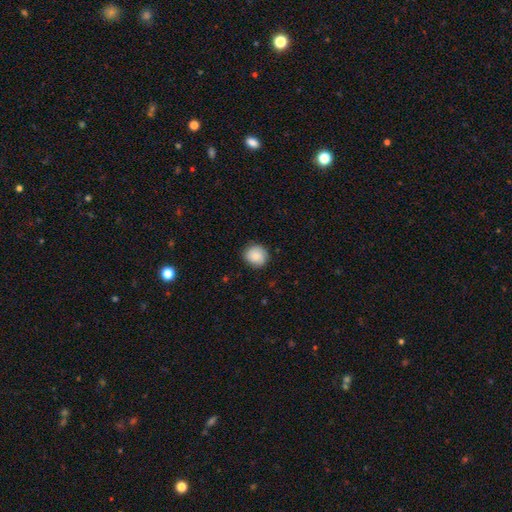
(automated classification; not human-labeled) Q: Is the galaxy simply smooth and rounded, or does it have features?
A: smooth — 84%.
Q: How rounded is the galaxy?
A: round — 88%.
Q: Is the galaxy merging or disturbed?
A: none — 85%.